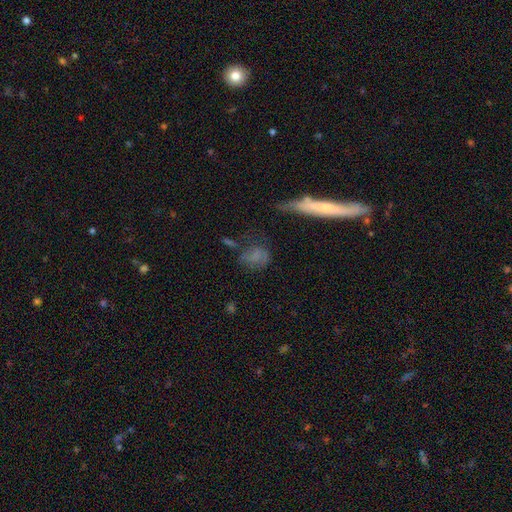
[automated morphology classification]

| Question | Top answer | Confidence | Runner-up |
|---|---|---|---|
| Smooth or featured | smooth | 61% | featured or disk (24%) |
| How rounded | in between | 50% | round (43%) |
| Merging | none | 50% | minor disturbance (23%) |